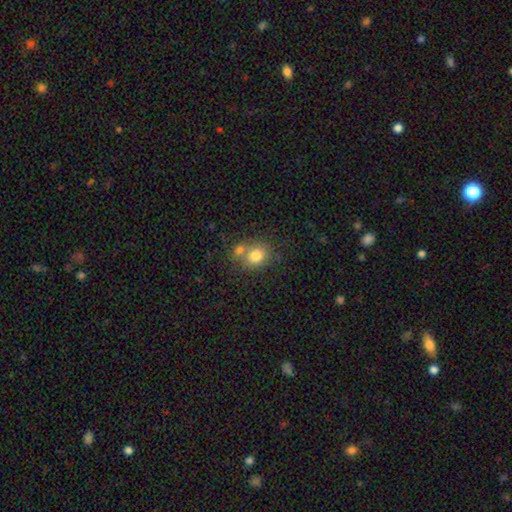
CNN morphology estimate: Overall: smooth (77%). How rounded: round (69%; in between 30%). Merging: none (47%; merger 38%).